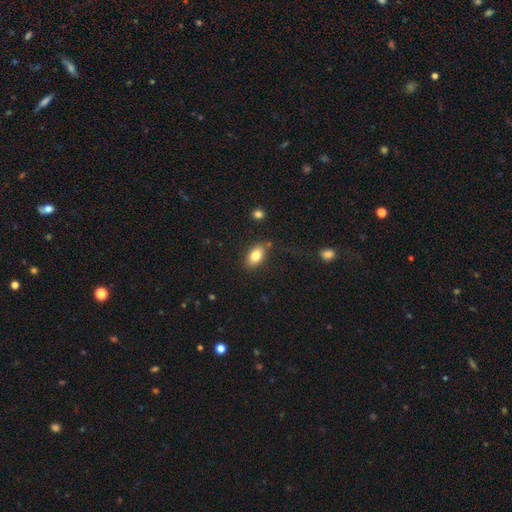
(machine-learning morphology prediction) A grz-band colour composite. It shows a smooth galaxy with no disk features (80%) that is in between round and cigar-shaped (89%). Merging: none (80%).